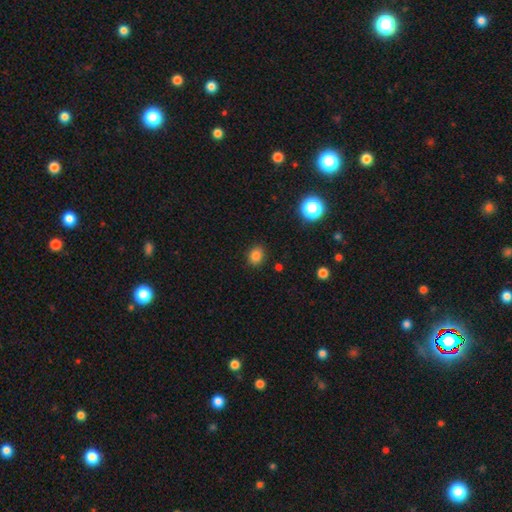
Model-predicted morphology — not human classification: Overall: smooth (82%). How rounded: round (58%; in between 41%). Merging: none (87%).